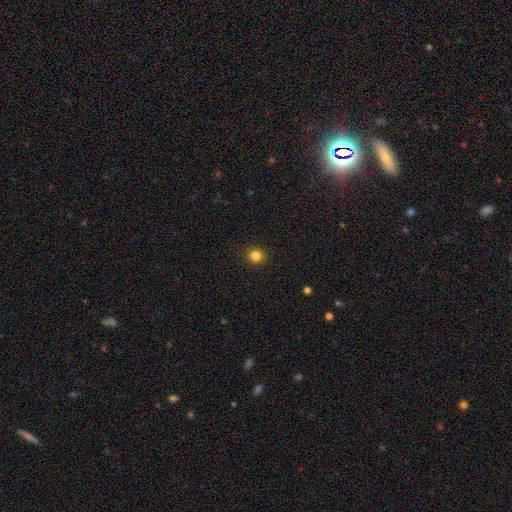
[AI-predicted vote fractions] smooth_or_featured: smooth (p=0.83) [alt: star or artifact p=0.13]
how_rounded: round (p=0.92) [alt: in between p=0.07]
merging: none (p=0.92) [alt: minor disturbance p=0.05]